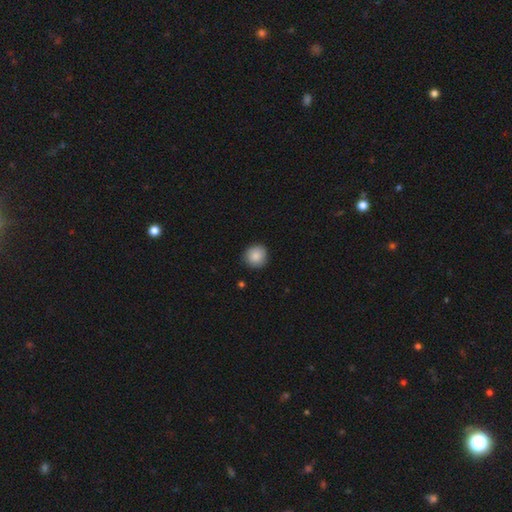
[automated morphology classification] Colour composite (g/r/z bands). It shows a smooth galaxy with no disk features (88%) that is round (93%). Merging: none (90%).